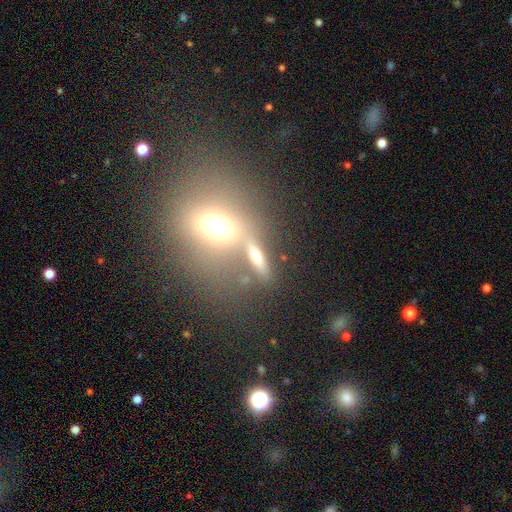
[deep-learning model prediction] The model was most divided on "how rounded": in between: 42%, cigar-shaped: 34%, round: 23%. More confident: merging — none (63%); smooth or featured — smooth (52%).